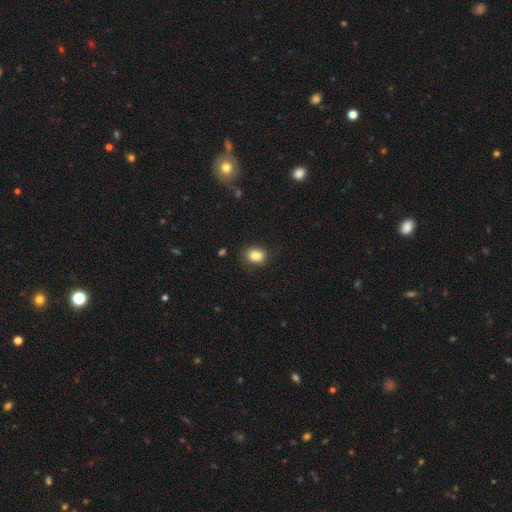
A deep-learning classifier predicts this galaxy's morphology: Smooth or featured?
  - smooth: 86% *
  - star or artifact: 9%
  - featured or disk: 5%
How rounded?
  - in between: 51% *
  - round: 48%
  - cigar-shaped: 1%
Merging?
  - none: 82% *
  - minor disturbance: 14%
  - major disturbance: 3%
  - merger: 1%